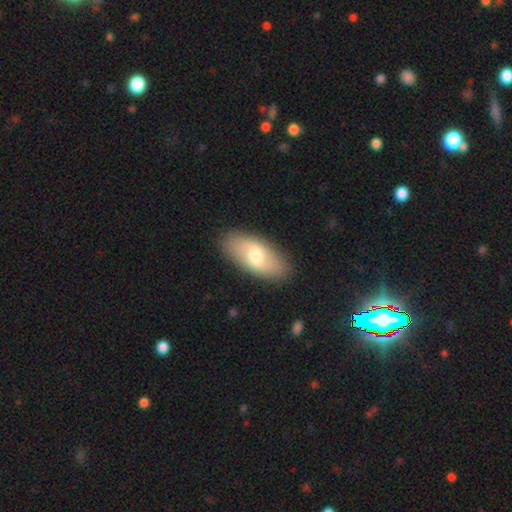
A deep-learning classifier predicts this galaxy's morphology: smooth_or_featured: smooth (p=0.56) [alt: featured or disk p=0.38]
how_rounded: in between (p=0.89) [alt: cigar-shaped p=0.08]
merging: none (p=0.88) [alt: minor disturbance p=0.09]